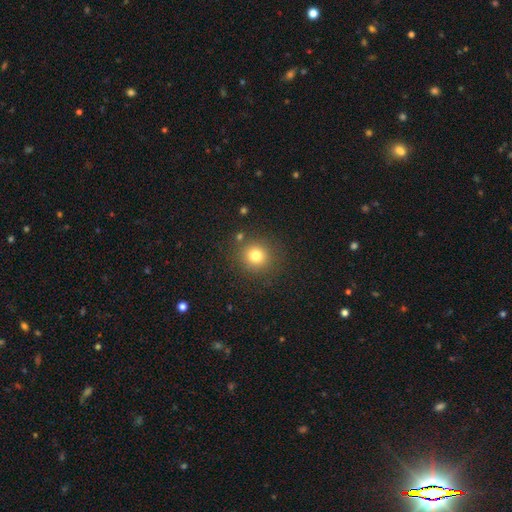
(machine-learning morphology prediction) type=smooth (78%); roundness=round (91%); merging=none (85%).